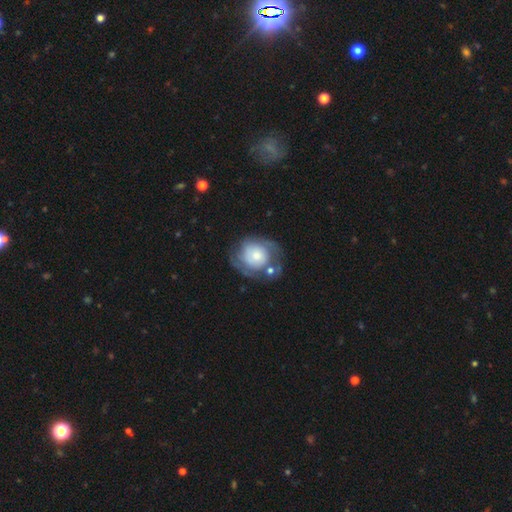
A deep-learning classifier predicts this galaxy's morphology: Smooth or featured?
  - featured or disk: 60% *
  - smooth: 33%
  - star or artifact: 7%
Edge-on disk?
  - no: 97% *
  - yes: 3%
Bar?
  - no: 82% *
  - weak: 15%
  - strong: 3%
Spiral arms?
  - yes: 77% *
  - no: 23%
Bulge size?
  - moderate: 38% *
  - small: 34%
  - large: 21%
  - dominant: 4%
  - none: 3%
Merging?
  - none: 50% *
  - minor disturbance: 22%
  - major disturbance: 16%
  - merger: 12%